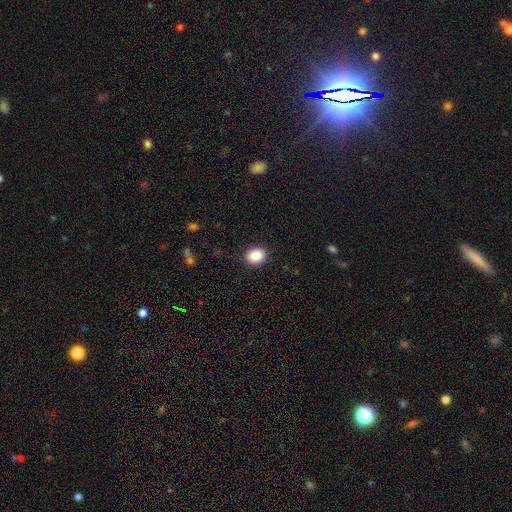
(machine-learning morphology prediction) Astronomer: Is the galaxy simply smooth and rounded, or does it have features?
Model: smooth — 88%.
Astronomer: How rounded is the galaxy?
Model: round — 57% (runner-up: in between, 42%).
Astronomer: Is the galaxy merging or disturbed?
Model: none — 90%.